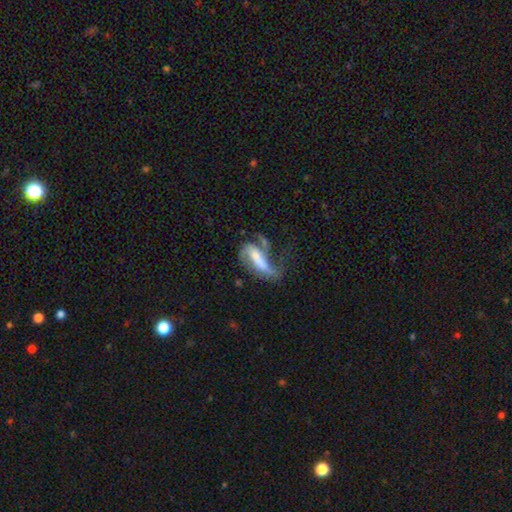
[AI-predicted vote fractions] Smooth or featured: featured or disk — 58% (smooth — 33%)
Edge-on disk: no — 86% (yes — 14%)
Bar: no — 37% (strong — 35%)
Spiral arms: yes — 69% (no — 31%)
Bulge size: moderate — 30% (small — 28%)
Merging: major disturbance — 42% (none — 25%)